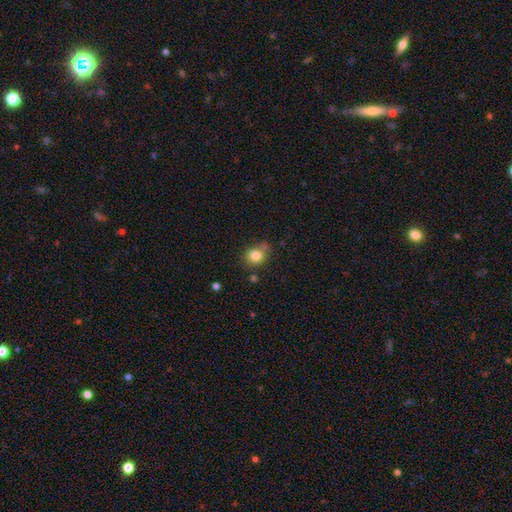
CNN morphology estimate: A smooth galaxy with no disk features (83%) that is round (74%).

Vote fractions:
- Smooth or featured? smooth: 83% / star or artifact: 10% / featured or disk: 7%
- How rounded? round: 74% / in between: 25% / cigar-shaped: 1%
- Merging? none: 68% / minor disturbance: 18% / merger: 9% / major disturbance: 5%